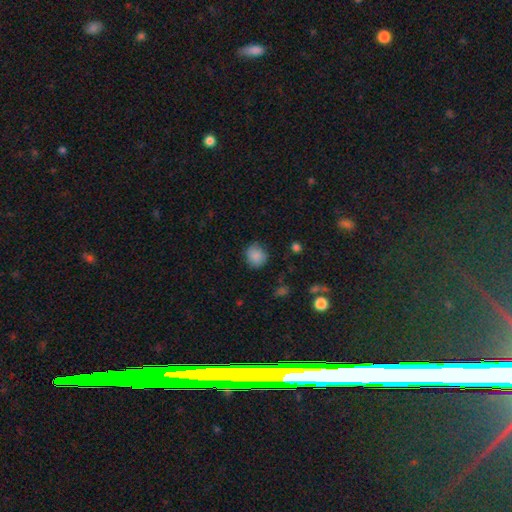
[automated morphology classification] A smooth galaxy with no disk features (86%) that is round (79%).

Vote fractions:
- Smooth or featured? smooth: 86% / star or artifact: 9% / featured or disk: 5%
- How rounded? round: 79% / in between: 20% / cigar-shaped: 1%
- Merging? none: 76% / minor disturbance: 18% / major disturbance: 4% / merger: 1%